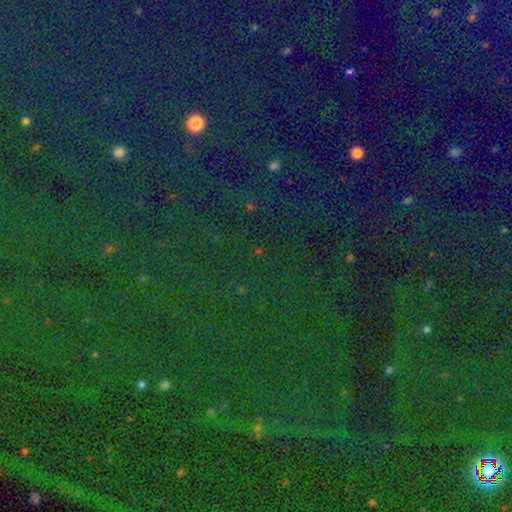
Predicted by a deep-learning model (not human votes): Smooth or featured? star or artifact (79%)